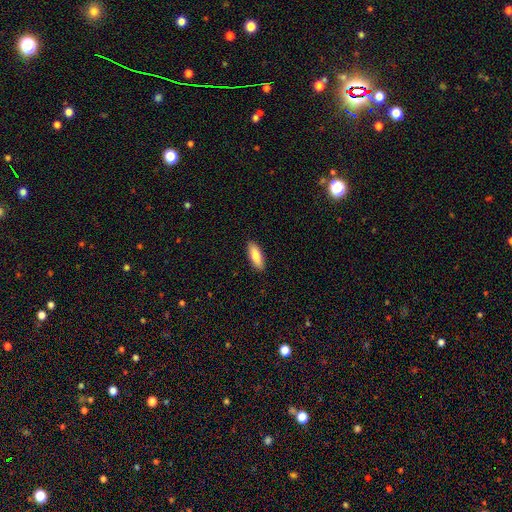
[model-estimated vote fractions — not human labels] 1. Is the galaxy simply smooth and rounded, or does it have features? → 85% smooth, 10% featured or disk, 6% star or artifact.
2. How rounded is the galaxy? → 65% in between, 33% cigar-shaped, 2% round.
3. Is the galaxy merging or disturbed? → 90% none, 8% minor disturbance, 2% major disturbance, 1% merger.